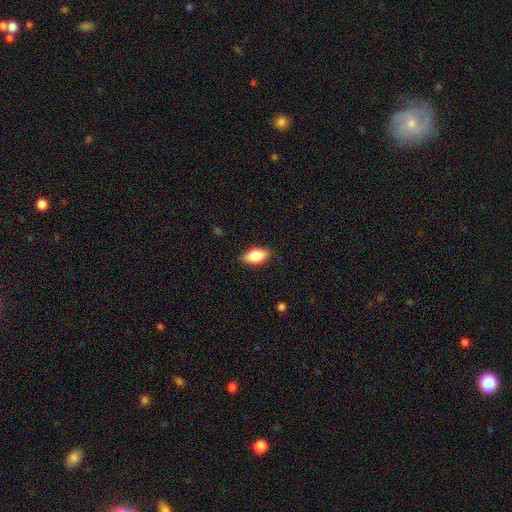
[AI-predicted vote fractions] smooth 79%, featured or disk 14%, star or artifact 7%. Down the decision tree: how rounded — in between (89%); merging — none (85%).